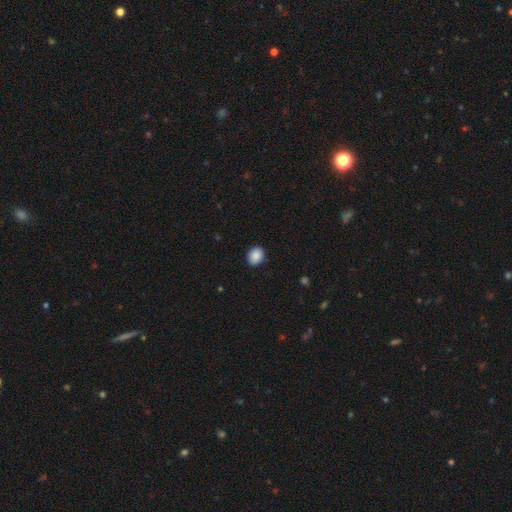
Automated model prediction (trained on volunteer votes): smooth 89%, star or artifact 8%, featured or disk 4%. Down the decision tree: how rounded — in between (57%); merging — none (89%).